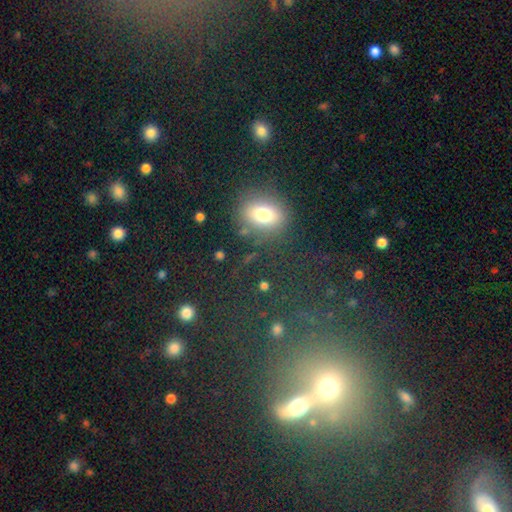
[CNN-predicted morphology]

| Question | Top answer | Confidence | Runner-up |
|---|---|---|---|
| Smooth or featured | smooth | 62% | star or artifact (27%) |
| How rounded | in between | 63% | round (34%) |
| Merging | none | 78% | minor disturbance (10%) |